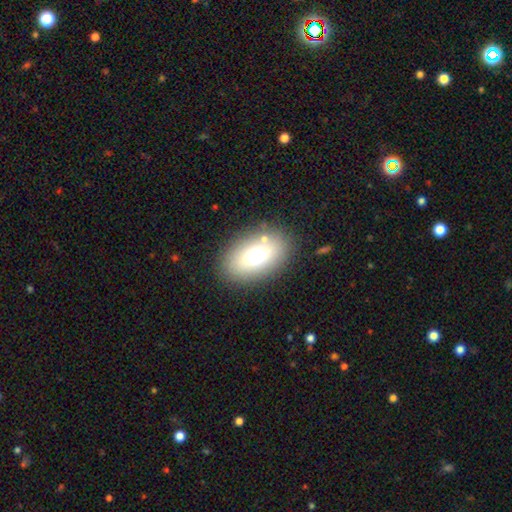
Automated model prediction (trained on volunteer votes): The model was most divided on "smooth or featured": smooth: 68%, featured or disk: 20%, star or artifact: 13%. More confident: merging — none (82%); how rounded — in between (82%).